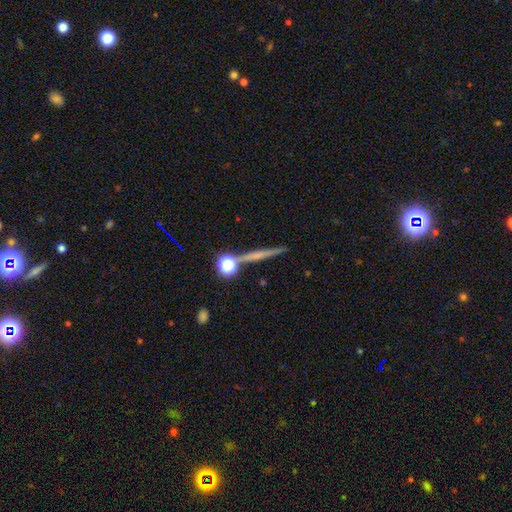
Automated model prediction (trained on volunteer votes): A featured or disk galaxy (53%) viewed edge-on (95%) with no central bulge (63%). Merging: none (83%).